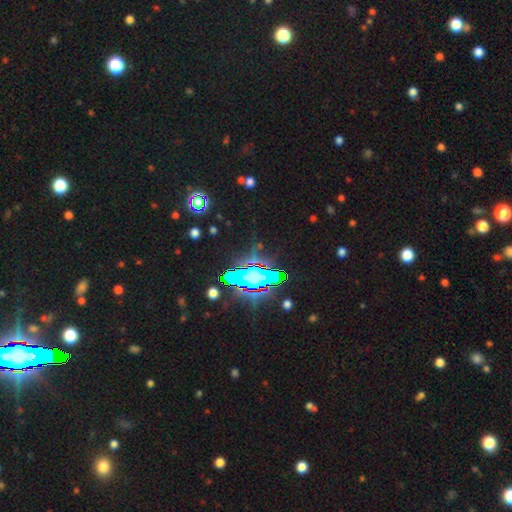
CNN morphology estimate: star or artifact 74%, featured or disk 14%, smooth 12%.